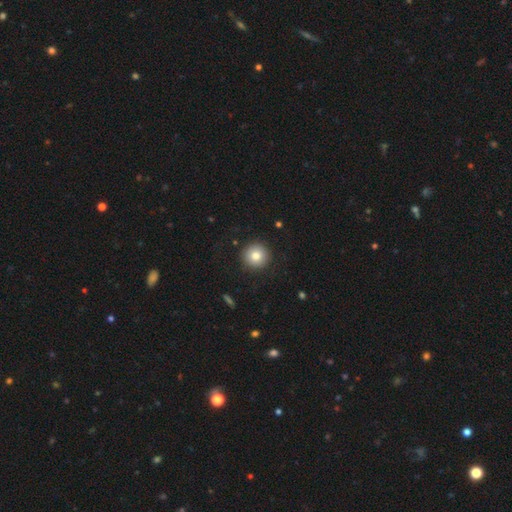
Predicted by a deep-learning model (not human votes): A smooth galaxy with no disk features (82%) that is round (95%).

Vote fractions:
- Smooth or featured? smooth: 82% / star or artifact: 9% / featured or disk: 9%
- How rounded? round: 95% / in between: 4% / cigar-shaped: 1%
- Merging? none: 91% / minor disturbance: 6% / major disturbance: 2% / merger: 1%